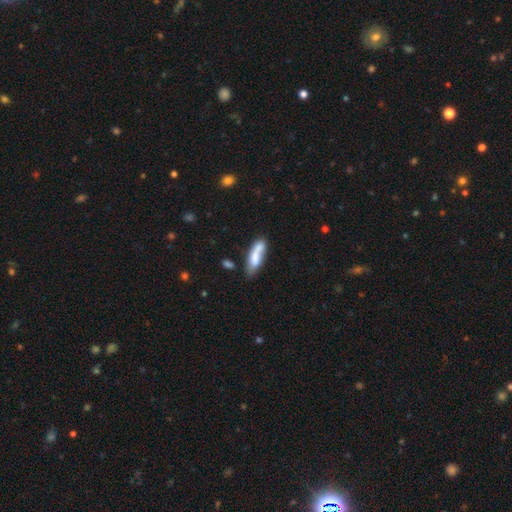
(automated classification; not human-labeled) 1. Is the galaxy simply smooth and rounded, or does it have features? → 69% smooth, 23% featured or disk, 7% star or artifact.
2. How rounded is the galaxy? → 57% in between, 41% cigar-shaped, 2% round.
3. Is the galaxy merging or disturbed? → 38% none, 35% merger, 19% minor disturbance, 9% major disturbance.